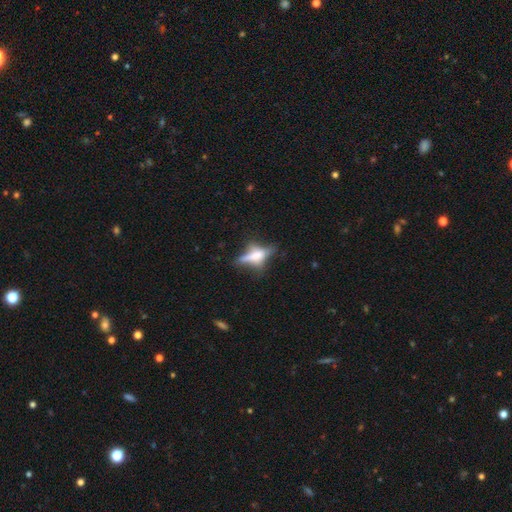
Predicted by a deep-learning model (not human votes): Smooth or featured? Predicted: featured or disk (p=0.50). Edge-on disk? Predicted: yes (p=0.77). Merging? Predicted: none (p=0.52).